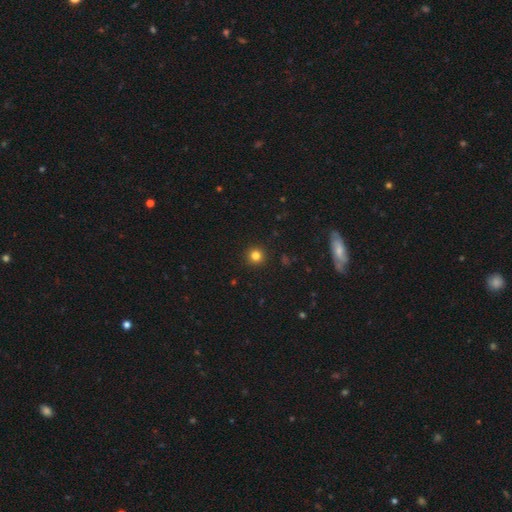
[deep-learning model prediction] smooth 81%, star or artifact 13%, featured or disk 5%. Down the decision tree: how rounded — round (95%); merging — none (93%).